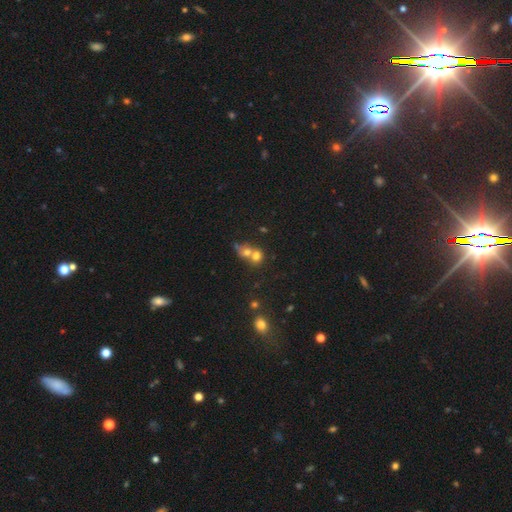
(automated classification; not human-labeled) Overall: smooth (69%). How rounded: round (67%; in between 31%). Merging: merger (65%).